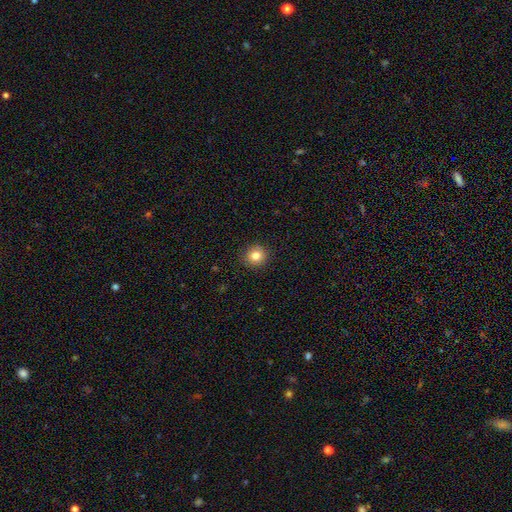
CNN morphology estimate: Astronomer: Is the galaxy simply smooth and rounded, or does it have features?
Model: smooth — 82%.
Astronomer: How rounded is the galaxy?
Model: round — 92%.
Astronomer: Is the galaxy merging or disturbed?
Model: none — 91%.